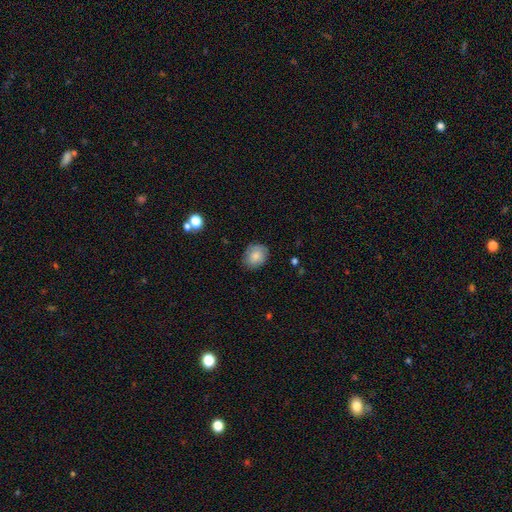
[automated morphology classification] Smooth or featured?
  - smooth: 75% *
  - featured or disk: 17%
  - star or artifact: 8%
How rounded?
  - round: 59% *
  - in between: 40%
  - cigar-shaped: 1%
Merging?
  - none: 78% *
  - minor disturbance: 17%
  - major disturbance: 4%
  - merger: 1%